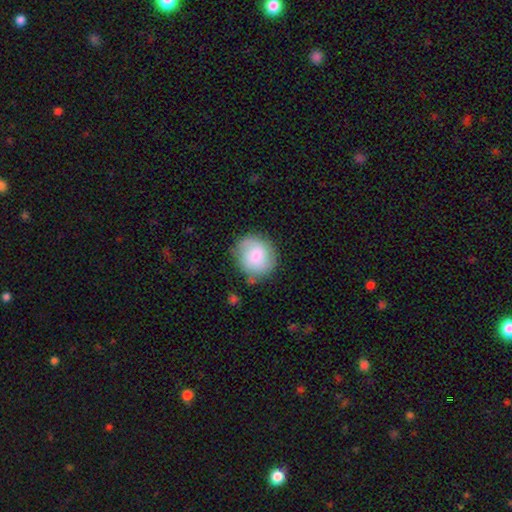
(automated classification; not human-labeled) Smooth or featured? smooth (71%)
How rounded? round (83%)
Merging? none (77%)